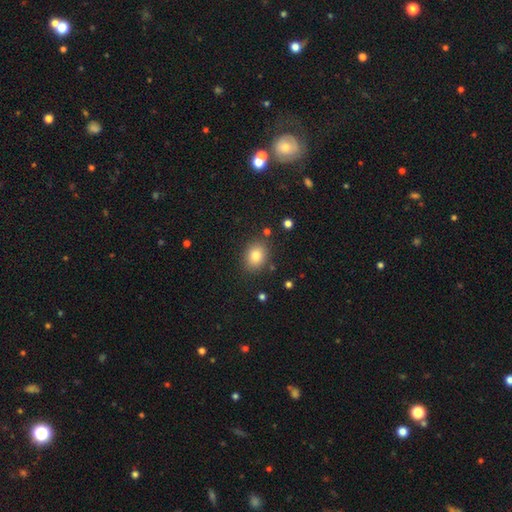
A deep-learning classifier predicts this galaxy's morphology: Smooth or featured: smooth — 80% (star or artifact — 11%)
How rounded: in between — 51% (round — 48%)
Merging: none — 85% (minor disturbance — 9%)